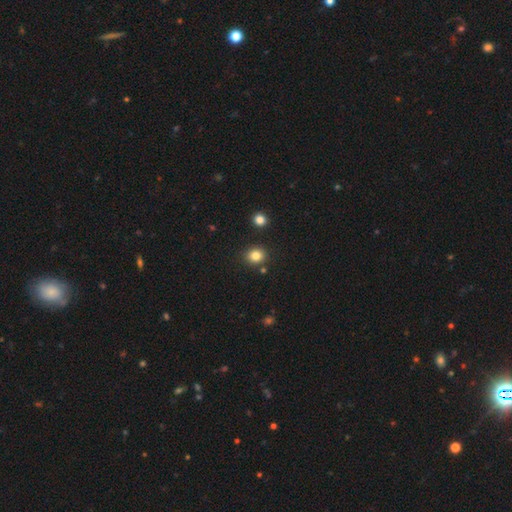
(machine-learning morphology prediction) The model was most divided on "how rounded": round: 79%, in between: 20%, cigar-shaped: 1%. More confident: merging — none (85%); smooth or featured — smooth (82%).